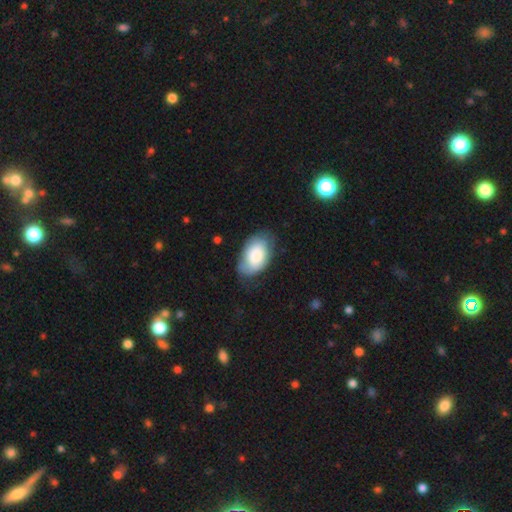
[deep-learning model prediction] smooth-or-featured: smooth: 80% | featured or disk: 14% | star or artifact: 6%
  how-rounded: in between: 92% | round: 7% | cigar-shaped: 1%
  merging: none: 62% | minor disturbance: 27% | major disturbance: 9% | merger: 2%